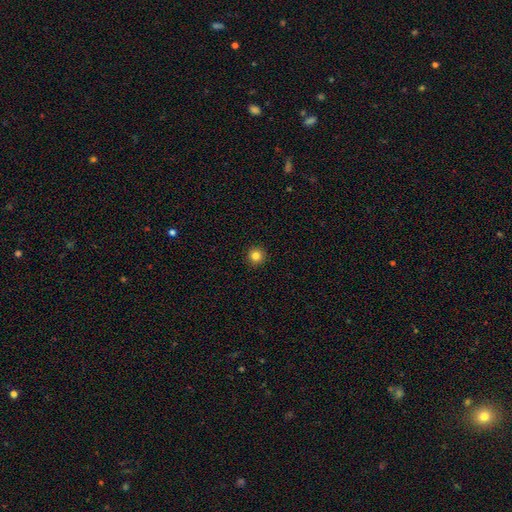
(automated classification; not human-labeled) Smooth or featured? Predicted: smooth (p=0.83). How rounded? Predicted: round (p=0.96). Merging? Predicted: none (p=0.94).